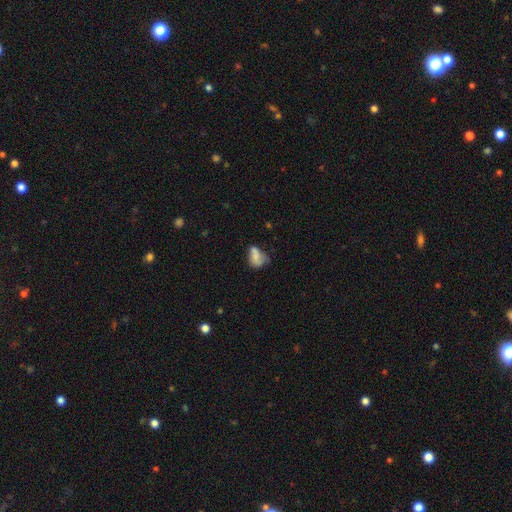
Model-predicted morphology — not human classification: smooth 64%, featured or disk 25%, star or artifact 11%. Down the decision tree: how rounded — in between (78%); merging — none (28%, tied with minor disturbance).